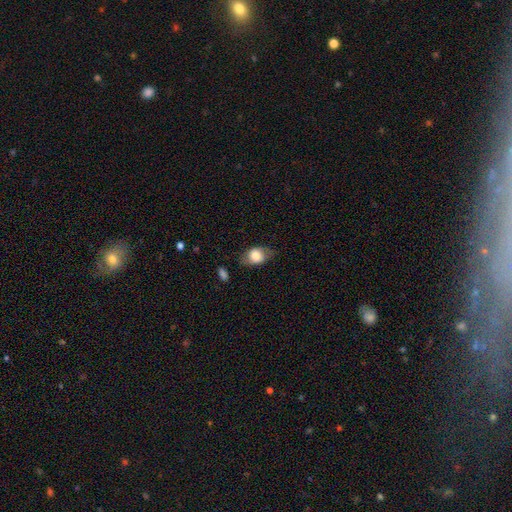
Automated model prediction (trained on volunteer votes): smooth 70%, featured or disk 22%, star or artifact 7%. Down the decision tree: how rounded — in between (73%); merging — none (65%).